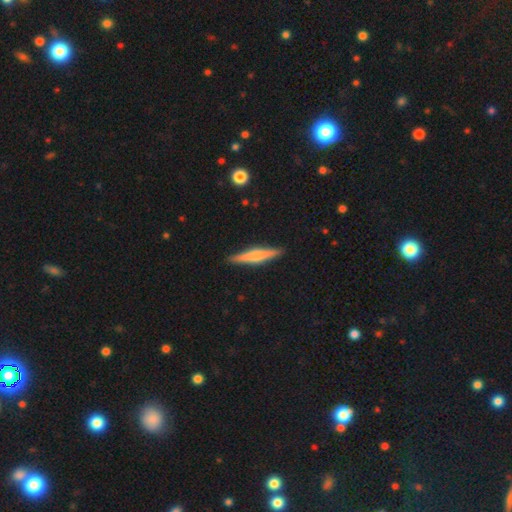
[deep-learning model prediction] This appears to be a featured or disk galaxy (52%) viewed edge-on (97%) with a rounded central bulge (63%). Merging: none (90%).